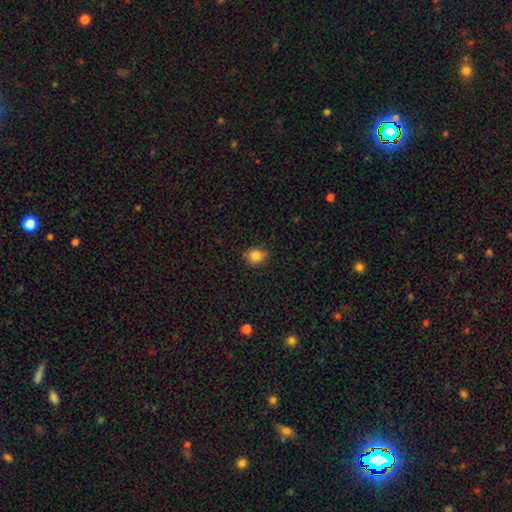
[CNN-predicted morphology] The model was most divided on "how rounded": round: 78%, in between: 21%, cigar-shaped: 1%. More confident: smooth or featured — smooth (83%); merging — none (79%).